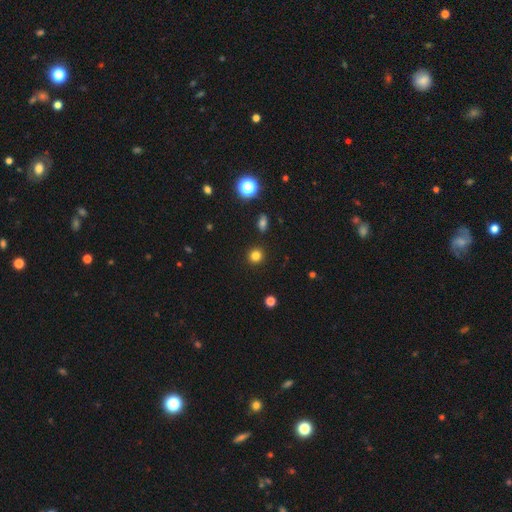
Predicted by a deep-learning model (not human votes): smooth-or-featured: smooth: 81% | star or artifact: 14% | featured or disk: 5%
  how-rounded: round: 88% | in between: 11% | cigar-shaped: 1%
  merging: none: 91% | minor disturbance: 6% | major disturbance: 2% | merger: 2%